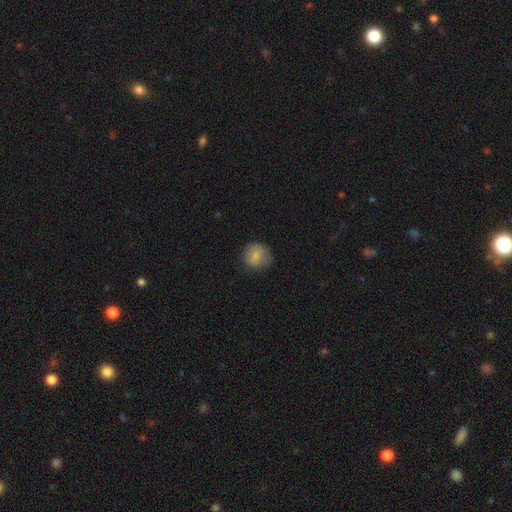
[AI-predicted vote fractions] Smooth or featured: smooth — 80% (featured or disk — 11%)
How rounded: round — 84% (in between — 15%)
Merging: none — 76% (minor disturbance — 17%)